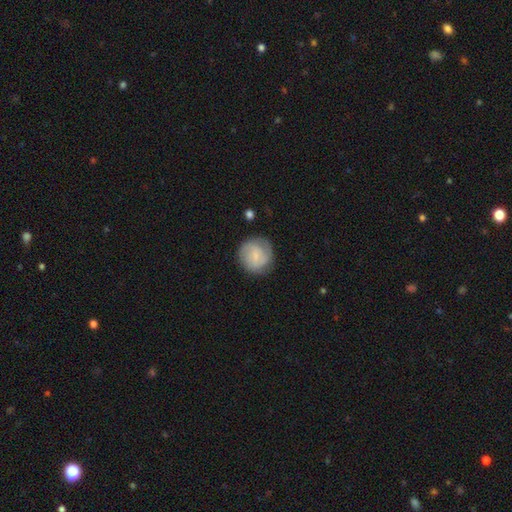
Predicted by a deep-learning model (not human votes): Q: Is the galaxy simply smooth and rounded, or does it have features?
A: smooth — 53%.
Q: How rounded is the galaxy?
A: round — 92%.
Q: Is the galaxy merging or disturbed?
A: none — 79%.